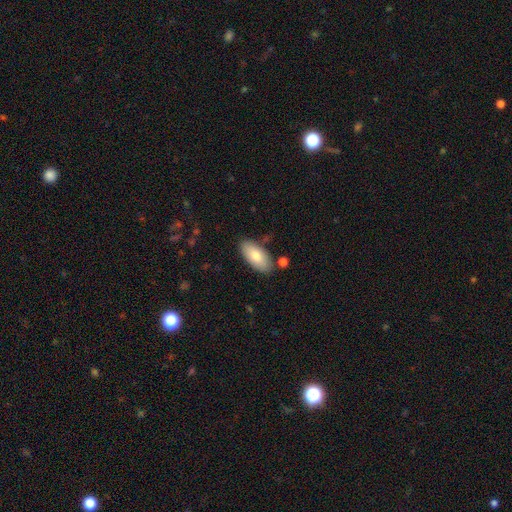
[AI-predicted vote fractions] smooth-or-featured: smooth: 81% | featured or disk: 13% | star or artifact: 6%
  how-rounded: in between: 92% | cigar-shaped: 6% | round: 2%
  merging: none: 82% | minor disturbance: 12% | merger: 4% | major disturbance: 2%